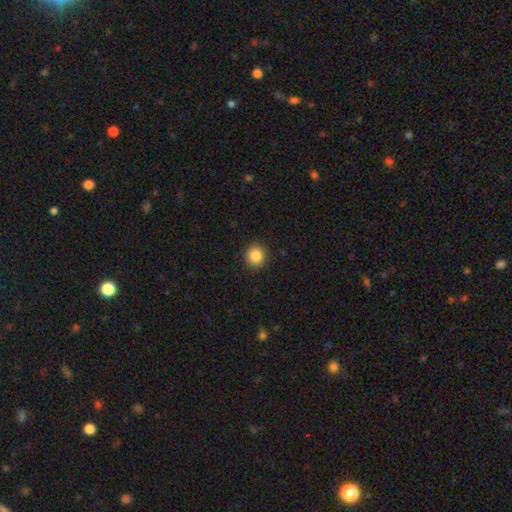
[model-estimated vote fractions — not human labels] The model was most divided on "smooth or featured": smooth: 86%, star or artifact: 10%, featured or disk: 4%. More confident: how rounded — round (92%); merging — none (91%).